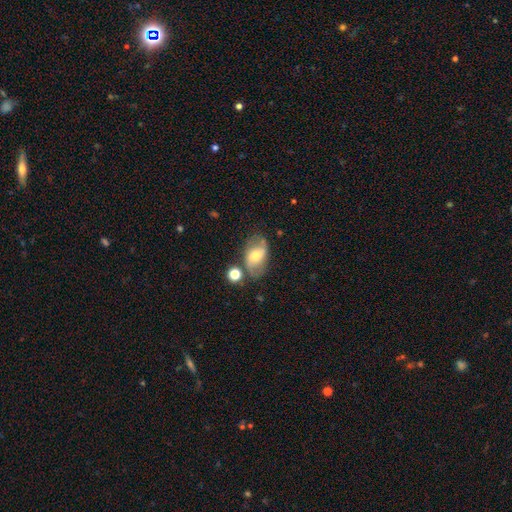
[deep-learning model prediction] Smooth or featured? featured or disk (51%)
Edge-on disk? no (93%)
Merging? none (62%)